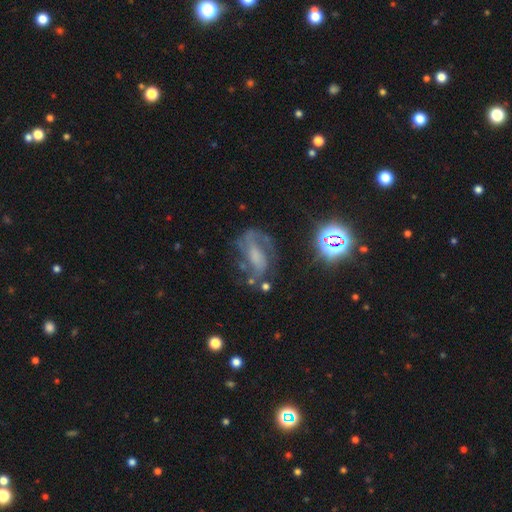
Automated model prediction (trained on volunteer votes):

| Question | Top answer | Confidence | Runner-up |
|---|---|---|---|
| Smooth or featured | featured or disk | 66% | star or artifact (18%) |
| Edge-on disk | no | 94% | yes (6%) |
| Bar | weak | 38% | no (37%) |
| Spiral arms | yes | 84% | no (16%) |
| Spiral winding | medium | 46% | loose (29%) |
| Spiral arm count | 2 | 65% | can't tell (16%) |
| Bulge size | none | 39% | small (26%) |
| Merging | none | 53% | minor disturbance (21%) |